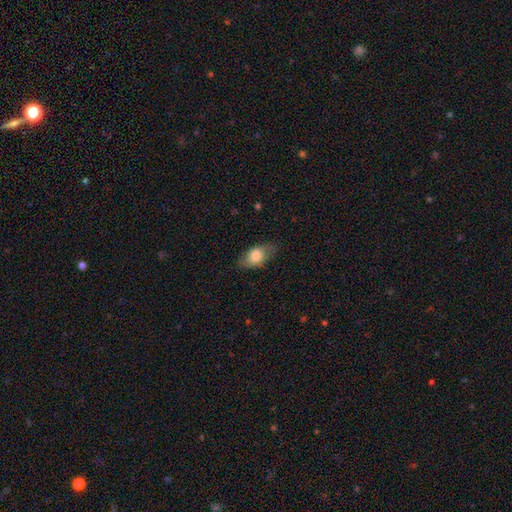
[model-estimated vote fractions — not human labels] Smooth or featured? Predicted: smooth (p=0.72). How rounded? Predicted: in between (p=0.86). Merging? Predicted: none (p=0.74).